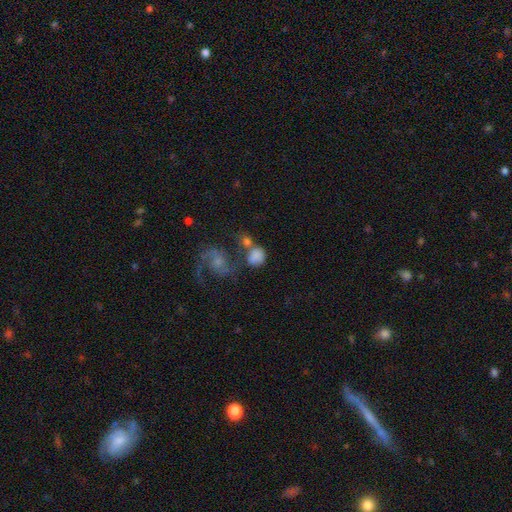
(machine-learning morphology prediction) A smooth galaxy with no disk features (71%) that is round (62%).

Vote fractions:
- Smooth or featured? smooth: 71% / featured or disk: 19% / star or artifact: 10%
- How rounded? round: 62% / in between: 36% / cigar-shaped: 2%
- Merging? merger: 37% / none: 36% / minor disturbance: 15% / major disturbance: 12%